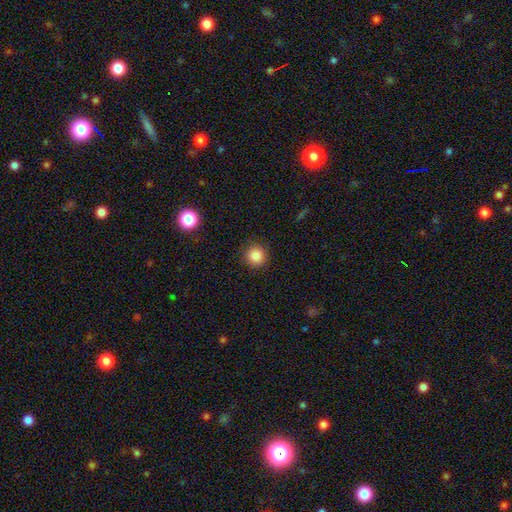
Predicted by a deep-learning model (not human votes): A smooth galaxy with no disk features (86%) that is round (94%).

Vote fractions:
- Smooth or featured? smooth: 86% / star or artifact: 11% / featured or disk: 3%
- How rounded? round: 94% / in between: 5% / cigar-shaped: 1%
- Merging? none: 90% / minor disturbance: 6% / major disturbance: 2% / merger: 1%